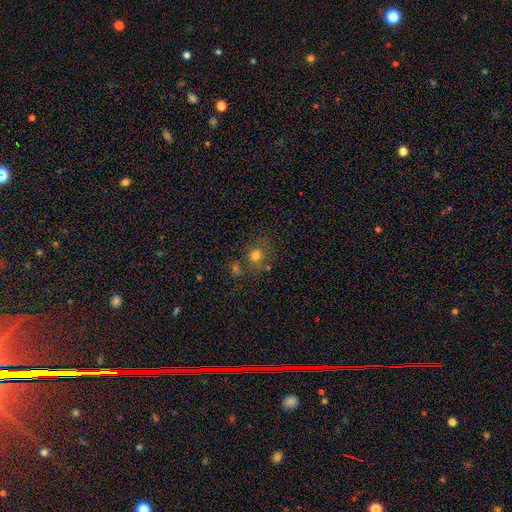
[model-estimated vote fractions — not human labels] Smooth or featured? smooth (69%)
How rounded? round (82%)
Merging? none (66%)